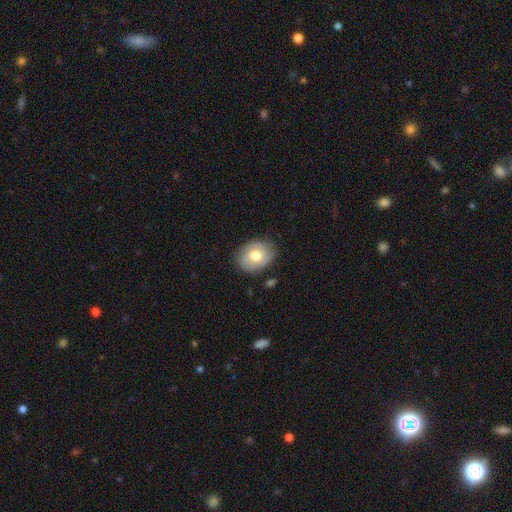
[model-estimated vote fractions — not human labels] A smooth galaxy with no disk features (65%) that is in between round and cigar-shaped (59%). Merging: none (74%).